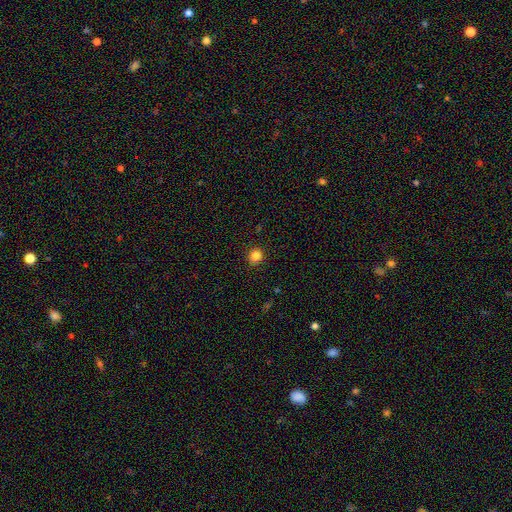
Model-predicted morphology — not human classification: This is clearly a smooth galaxy (83%). How rounded: clearly round (86%). Merging: clearly none (89%).